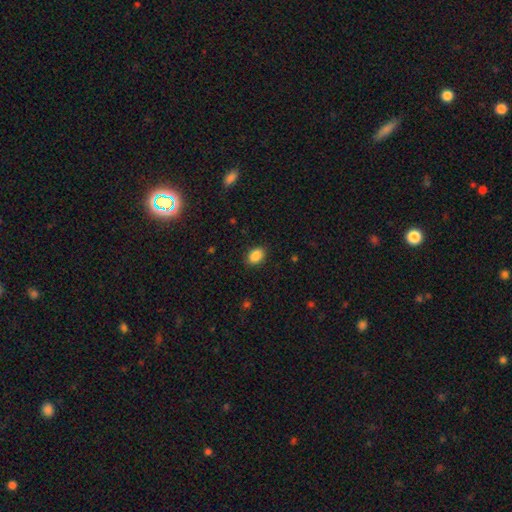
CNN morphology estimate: Q: Smooth or featured?
A: smooth (88%); runner-up: star or artifact (9%)
Q: How rounded?
A: in between (80%); runner-up: round (18%)
Q: Merging?
A: none (88%); runner-up: minor disturbance (9%)